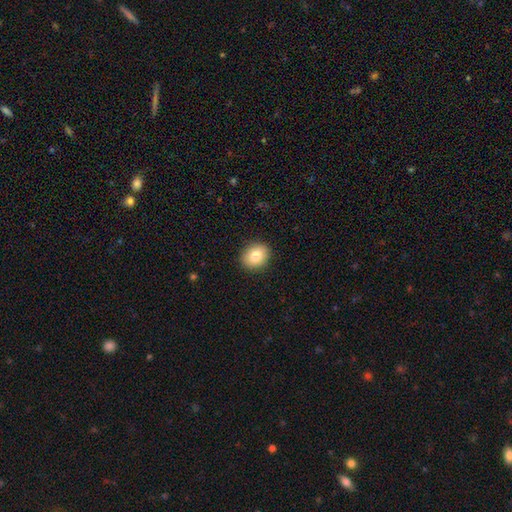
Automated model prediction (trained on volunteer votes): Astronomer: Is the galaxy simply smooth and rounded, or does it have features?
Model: smooth — 83%.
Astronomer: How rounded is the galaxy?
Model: round — 59% (runner-up: in between, 41%).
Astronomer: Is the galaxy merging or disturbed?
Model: none — 90%.